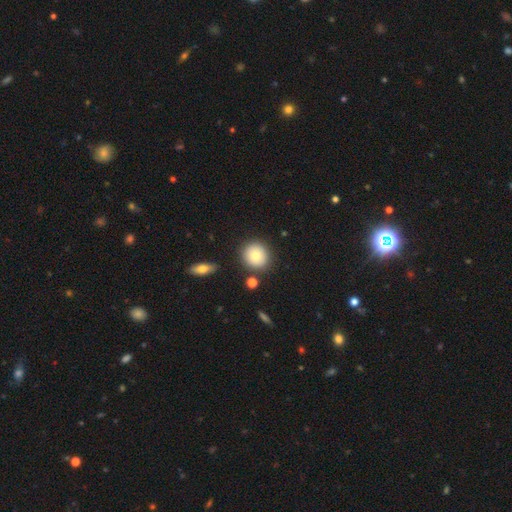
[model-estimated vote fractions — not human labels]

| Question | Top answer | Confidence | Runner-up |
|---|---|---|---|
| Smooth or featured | smooth | 79% | featured or disk (12%) |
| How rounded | round | 91% | in between (8%) |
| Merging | none | 85% | minor disturbance (8%) |